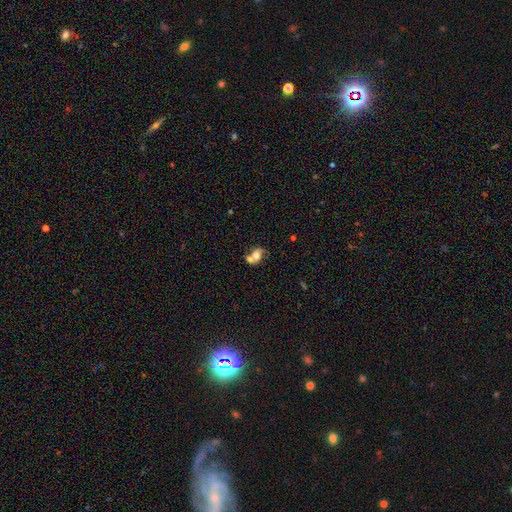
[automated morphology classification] The model was most divided on "smooth or featured": smooth: 47%, featured or disk: 42%, star or artifact: 11%. More confident: merging — merger (51%).